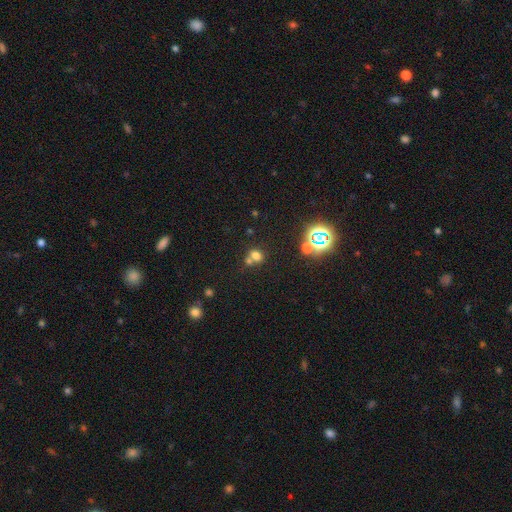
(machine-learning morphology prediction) smooth-or-featured: smooth: 65% | star or artifact: 24% | featured or disk: 11%
  how-rounded: round: 61% | in between: 38% | cigar-shaped: 1%
  merging: none: 45% | merger: 42% | minor disturbance: 9% | major disturbance: 4%